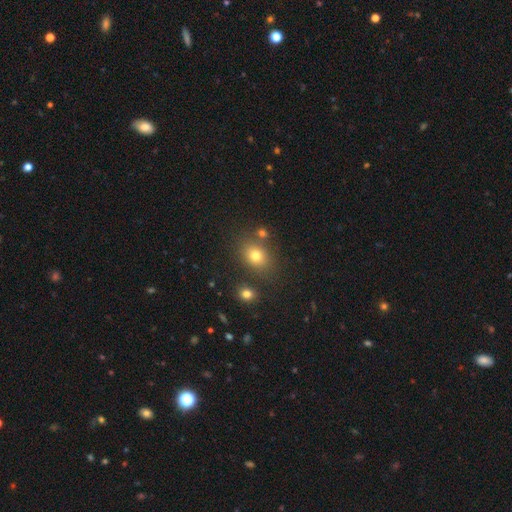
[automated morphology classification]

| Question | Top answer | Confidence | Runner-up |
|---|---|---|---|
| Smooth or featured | smooth | 75% | star or artifact (15%) |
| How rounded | in between | 54% | round (45%) |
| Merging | none | 74% | minor disturbance (12%) |